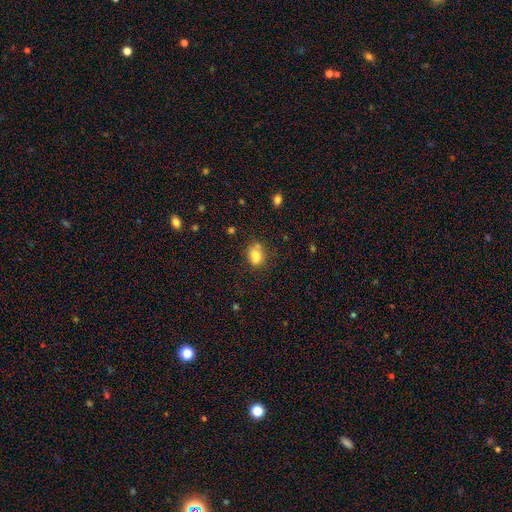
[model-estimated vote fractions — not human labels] Smooth or featured?
  - smooth: 77% *
  - star or artifact: 12%
  - featured or disk: 11%
How rounded?
  - in between: 65% *
  - round: 33%
  - cigar-shaped: 2%
Merging?
  - none: 56% *
  - minor disturbance: 22%
  - merger: 14%
  - major disturbance: 8%